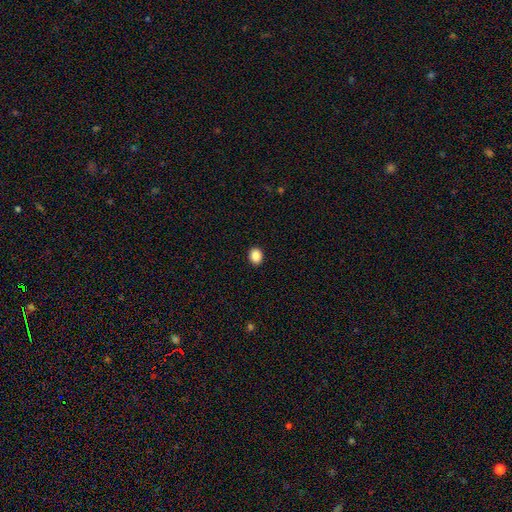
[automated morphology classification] type=smooth (88%); roundness=round (57%); merging=none (92%).